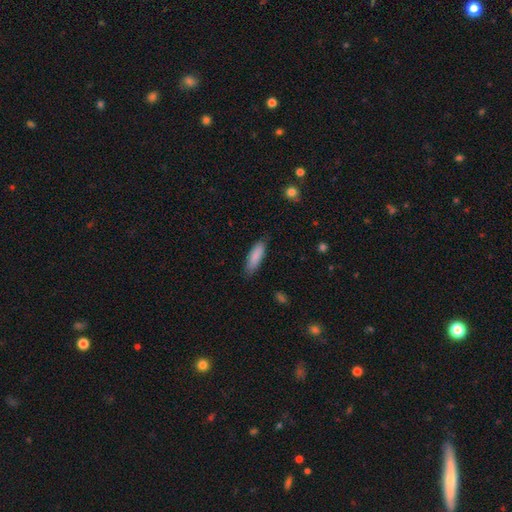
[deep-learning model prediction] Smooth or featured? Predicted: smooth (p=0.87). How rounded? Predicted: in between (p=0.52). Merging? Predicted: none (p=0.81).